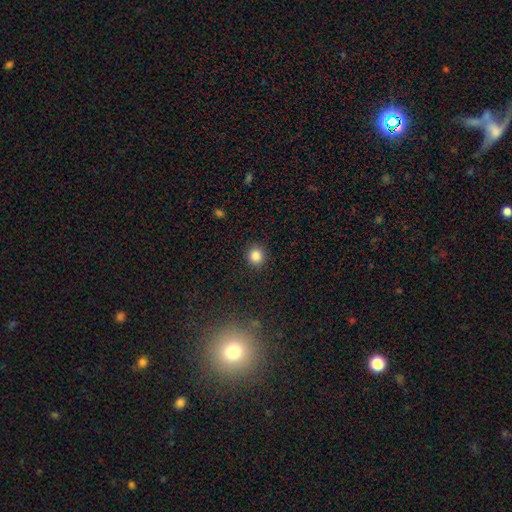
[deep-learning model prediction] Q: Smooth or featured?
A: smooth (85%); runner-up: star or artifact (11%)
Q: How rounded?
A: round (87%); runner-up: in between (12%)
Q: Merging?
A: none (90%); runner-up: minor disturbance (7%)